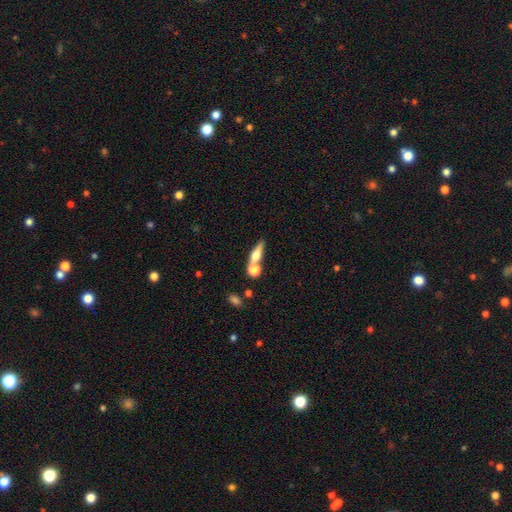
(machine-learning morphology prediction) A smooth galaxy with no disk features (52%) that is cigar-shaped (54%).

Vote fractions:
- Smooth or featured? smooth: 52% / featured or disk: 40% / star or artifact: 8%
- How rounded? cigar-shaped: 54% / in between: 34% / round: 12%
- Merging? none: 51% / merger: 33% / minor disturbance: 11% / major disturbance: 5%